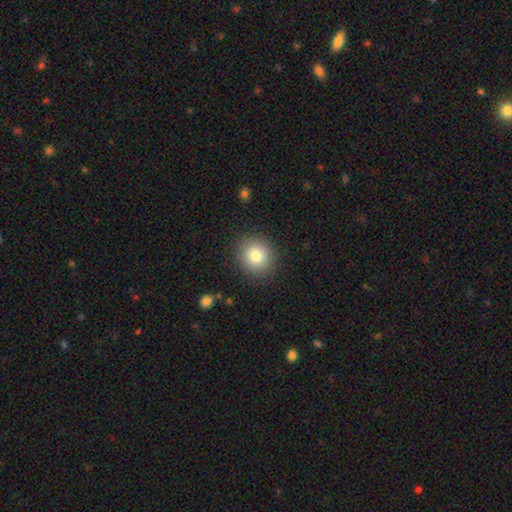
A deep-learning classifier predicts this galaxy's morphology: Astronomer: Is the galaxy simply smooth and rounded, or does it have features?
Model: smooth — 82%.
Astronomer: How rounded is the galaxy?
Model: round — 85%.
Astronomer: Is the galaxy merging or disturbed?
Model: none — 89%.